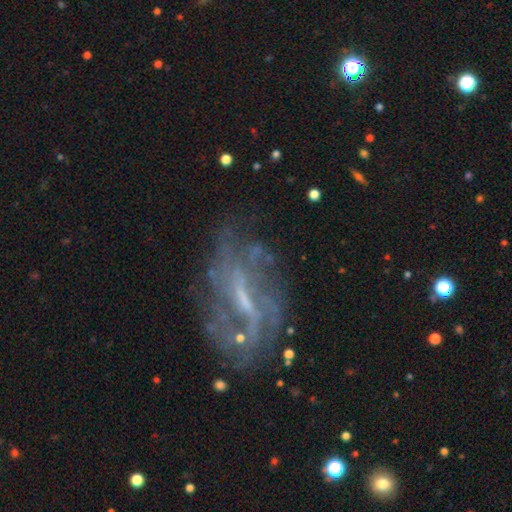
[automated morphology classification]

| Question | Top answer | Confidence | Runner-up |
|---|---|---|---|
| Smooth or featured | featured or disk | 78% | smooth (11%) |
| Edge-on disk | no | 91% | yes (9%) |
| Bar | weak | 44% | strong (36%) |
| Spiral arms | yes | 75% | no (25%) |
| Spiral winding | medium | 37% | loose (35%) |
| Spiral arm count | can't tell | 47% | 2 (20%) |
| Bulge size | small | 42% | none (31%) |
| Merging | none | 59% | minor disturbance (19%) |